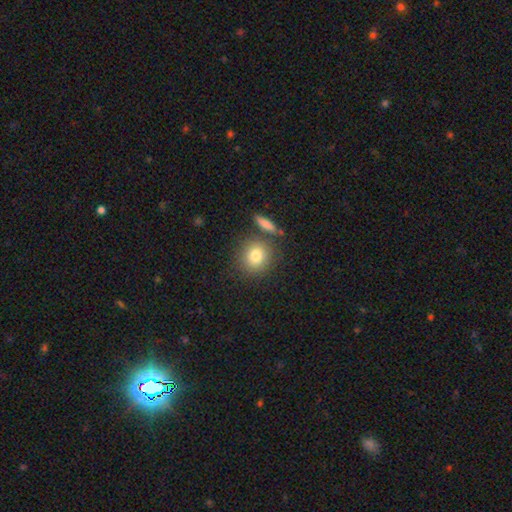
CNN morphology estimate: smooth 81%, featured or disk 10%, star or artifact 9%. Down the decision tree: how rounded — round (85%); merging — none (75%).